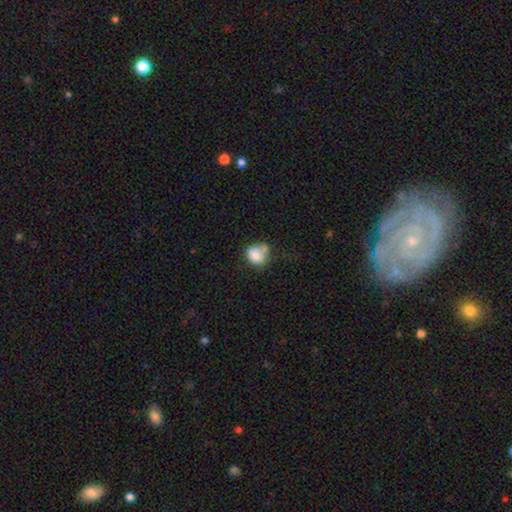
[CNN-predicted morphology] A smooth galaxy with no disk features (78%) that is round (65%).

Vote fractions:
- Smooth or featured? smooth: 78% / featured or disk: 13% / star or artifact: 9%
- How rounded? round: 65% / in between: 34% / cigar-shaped: 1%
- Merging? none: 38% / merger: 27% / minor disturbance: 25% / major disturbance: 11%